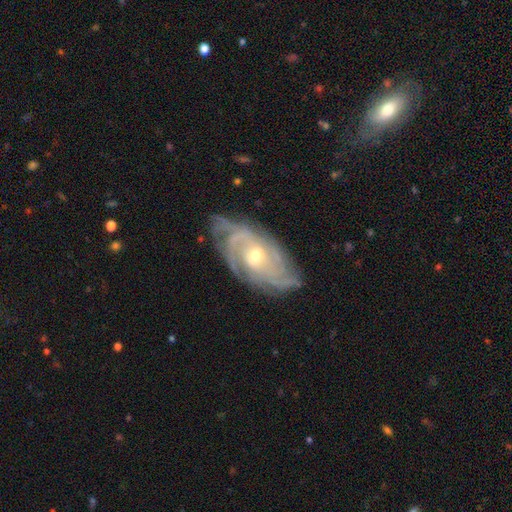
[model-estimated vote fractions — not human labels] This is clearly a featured or disk galaxy (88%). It is clearly not viewed edge-on (94%). Bar: likely no (63%). Spiral arm pattern: clearly yes (97%). Spiral arm count: marginally can't tell (29%). Spiral winding: likely tight (67%). Central bulge: possibly small (55%). Merging: likely none (74%).